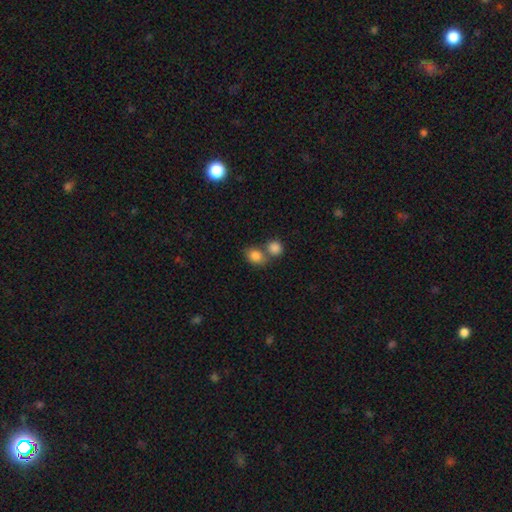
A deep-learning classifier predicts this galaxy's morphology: Smooth or featured? Predicted: smooth (p=0.83). How rounded? Predicted: round (p=0.51). Merging? Predicted: merger (p=0.44).